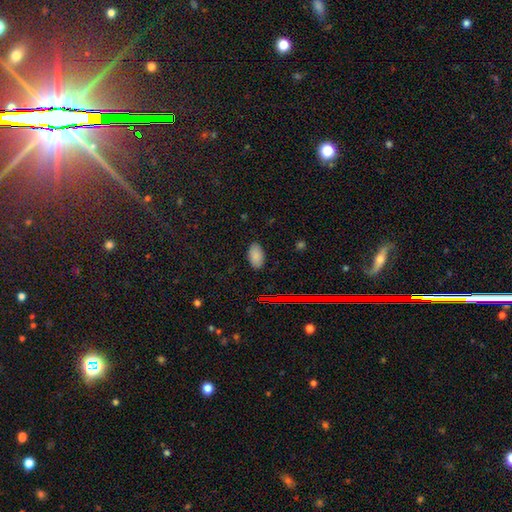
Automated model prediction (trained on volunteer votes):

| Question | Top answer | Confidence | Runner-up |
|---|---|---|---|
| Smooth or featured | smooth | 84% | star or artifact (11%) |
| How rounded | in between | 94% | round (4%) |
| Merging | none | 86% | minor disturbance (11%) |